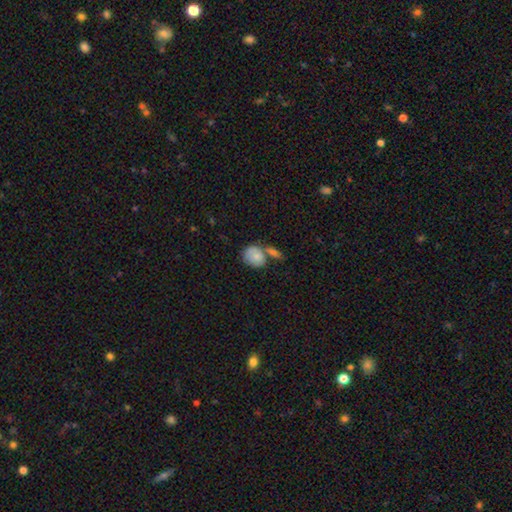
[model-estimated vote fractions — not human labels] Smooth or featured? Predicted: smooth (p=0.80). How rounded? Predicted: round (p=0.50). Merging? Predicted: none (p=0.40).